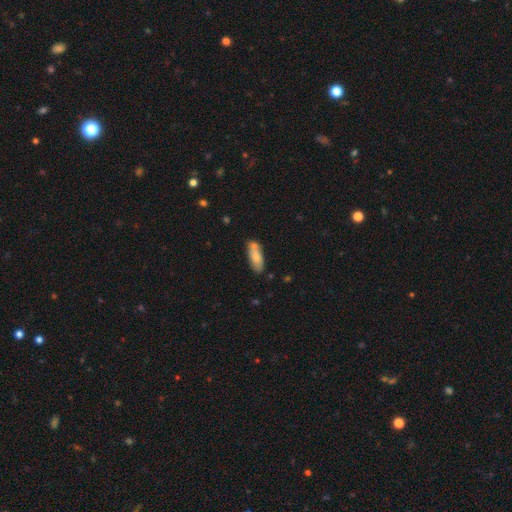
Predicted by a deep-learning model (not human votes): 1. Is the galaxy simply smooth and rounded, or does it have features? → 76% smooth, 18% featured or disk, 6% star or artifact.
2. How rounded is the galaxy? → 66% in between, 32% cigar-shaped, 2% round.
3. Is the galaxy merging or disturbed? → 66% none, 17% minor disturbance, 13% merger, 4% major disturbance.